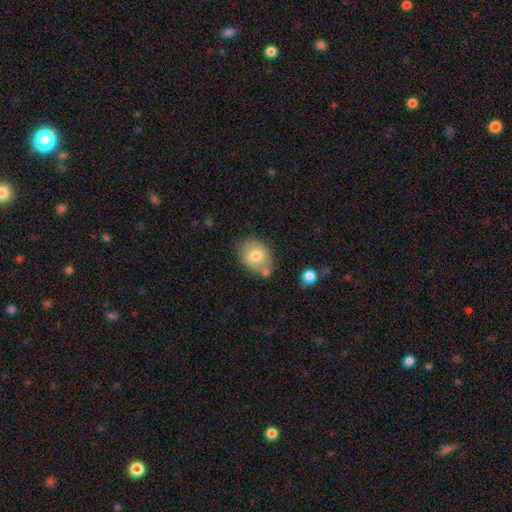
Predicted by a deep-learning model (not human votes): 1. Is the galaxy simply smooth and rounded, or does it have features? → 72% smooth, 20% featured or disk, 8% star or artifact.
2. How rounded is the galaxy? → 54% in between, 45% round, 1% cigar-shaped.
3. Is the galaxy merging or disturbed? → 63% none, 18% minor disturbance, 14% merger, 5% major disturbance.